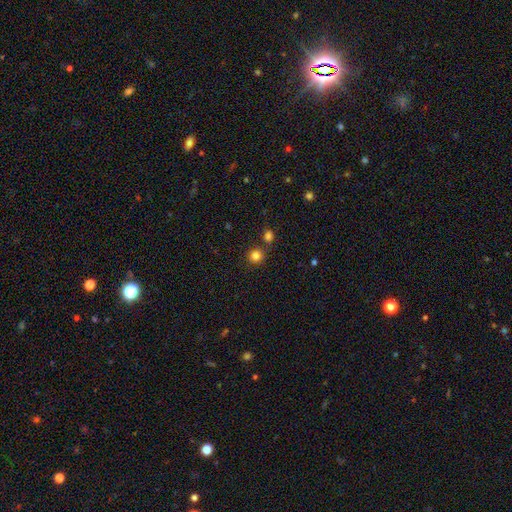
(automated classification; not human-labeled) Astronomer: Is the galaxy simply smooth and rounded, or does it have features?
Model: smooth — 82%.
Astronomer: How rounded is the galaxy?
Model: round — 90%.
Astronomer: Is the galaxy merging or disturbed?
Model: none — 77%.